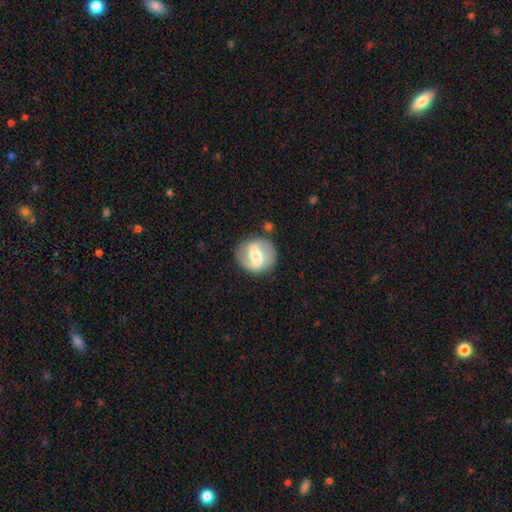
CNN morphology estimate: A featured or disk galaxy (76%) with a weak bar (43%), 2 (89%) medium (47%) spiral arms (90%) and a moderate central bulge (57%).

Vote fractions:
- Smooth or featured? featured or disk: 76% / smooth: 18% / star or artifact: 5%
- Edge-on disk? no: 98% / yes: 2%
- Bar? weak: 43% / strong: 41% / no: 17%
- Spiral arms? yes: 90% / no: 10%
- Spiral winding? medium: 47% / loose: 31% / tight: 22%
- Spiral arm count? 2: 89% / can't tell: 5% / 1: 4% / 3: 1% / 4: 1% / more than 4: 1%
- Bulge size? moderate: 57% / small: 26% / large: 12% / none: 3% / dominant: 2%
- Merging? none: 81% / minor disturbance: 12% / major disturbance: 5% / merger: 2%